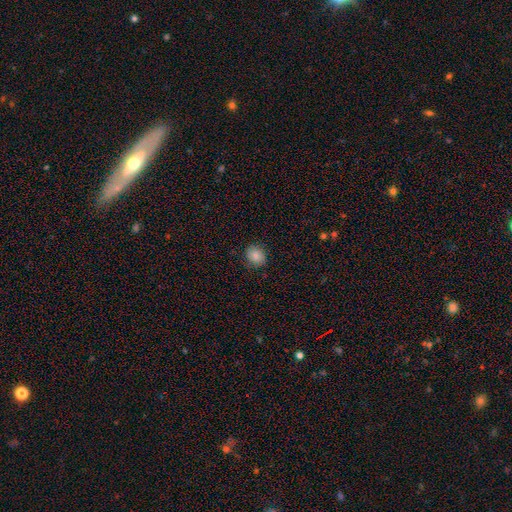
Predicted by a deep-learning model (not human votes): Q: Smooth or featured?
A: smooth (84%); runner-up: star or artifact (9%)
Q: How rounded?
A: round (67%); runner-up: in between (32%)
Q: Merging?
A: none (83%); runner-up: minor disturbance (13%)